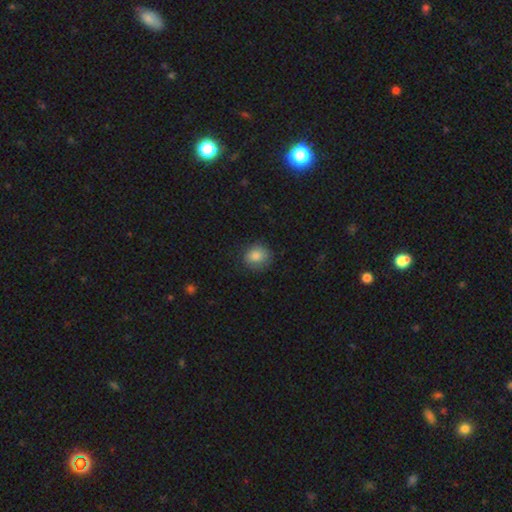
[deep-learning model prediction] A smooth galaxy with no disk features (84%) that is round (73%). Merging: none (79%).